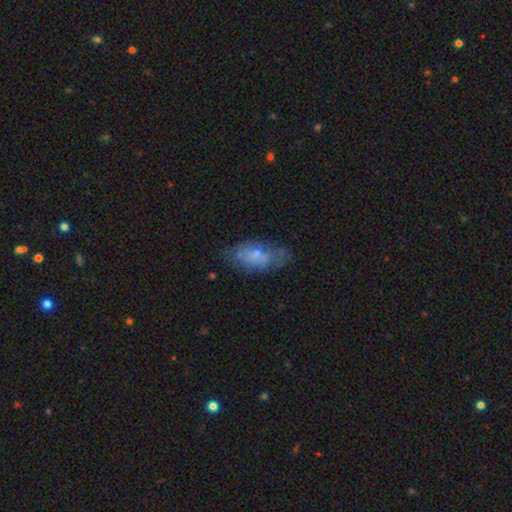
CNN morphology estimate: The model was most divided on "smooth or featured": smooth: 54%, featured or disk: 38%, star or artifact: 8%. More confident: how rounded — in between (87%); merging — none (51%).